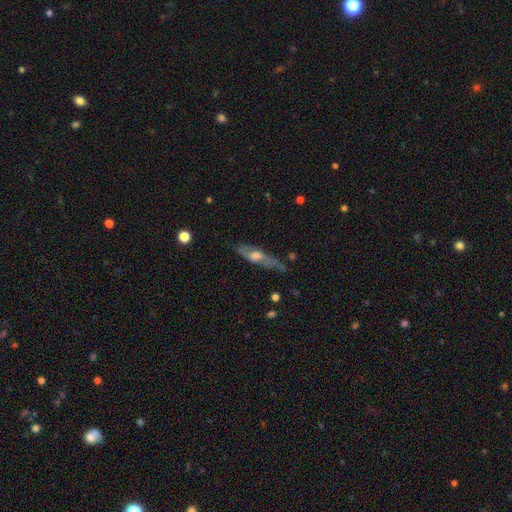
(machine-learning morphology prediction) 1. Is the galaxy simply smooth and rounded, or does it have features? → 62% featured or disk, 29% smooth, 9% star or artifact.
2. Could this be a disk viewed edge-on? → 64% yes, 36% no.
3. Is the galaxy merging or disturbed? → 62% none, 25% minor disturbance, 10% major disturbance, 3% merger.